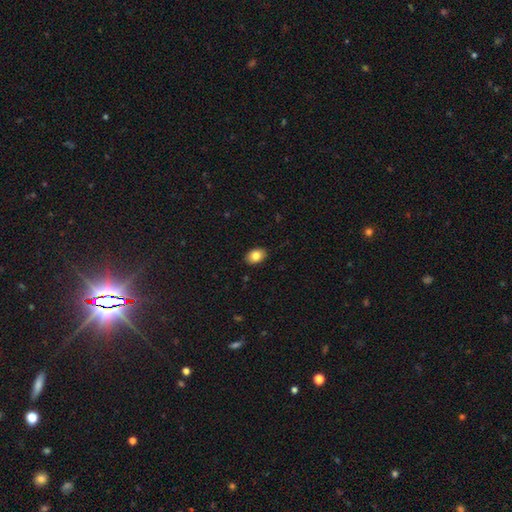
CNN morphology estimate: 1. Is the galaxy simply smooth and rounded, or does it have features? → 84% smooth, 8% featured or disk, 8% star or artifact.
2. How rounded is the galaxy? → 82% in between, 17% round, 1% cigar-shaped.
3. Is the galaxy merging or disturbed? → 89% none, 8% minor disturbance, 2% major disturbance, 1% merger.